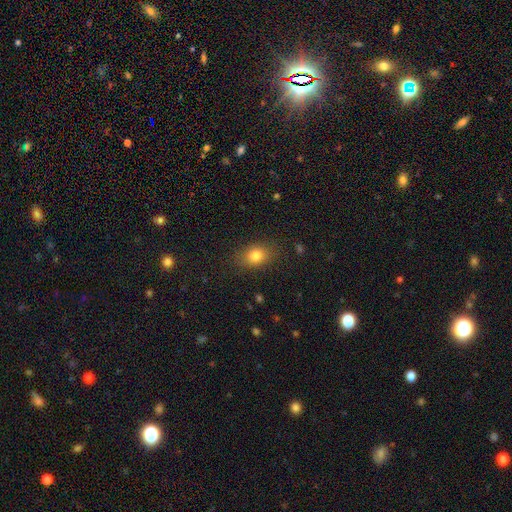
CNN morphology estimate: The model was most divided on "how rounded": in between: 70%, round: 28%, cigar-shaped: 2%. More confident: merging — none (84%); smooth or featured — smooth (81%).